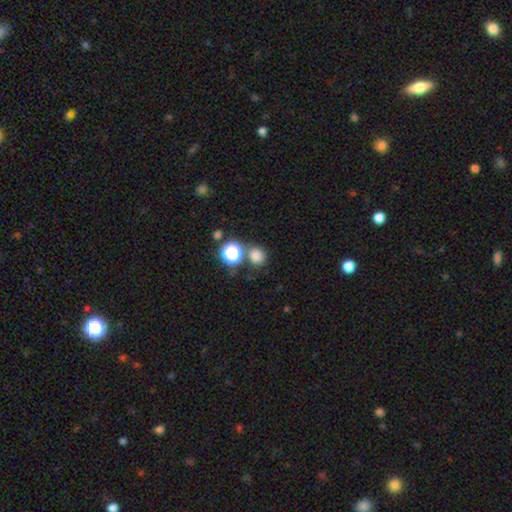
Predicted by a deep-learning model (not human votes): This appears to be a smooth galaxy with no disk features (77%) that is round (79%). Merging: none (72%).